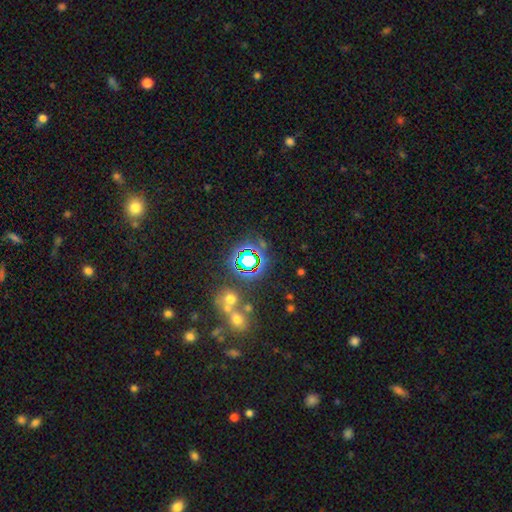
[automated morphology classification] Overall: star or artifact (66%).